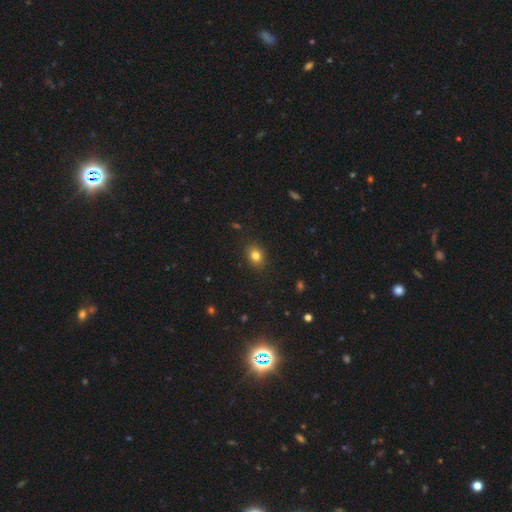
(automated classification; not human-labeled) smooth-or-featured: smooth: 81% | star or artifact: 12% | featured or disk: 7%
  how-rounded: in between: 52% | round: 47% | cigar-shaped: 1%
  merging: none: 88% | minor disturbance: 9% | major disturbance: 2% | merger: 1%